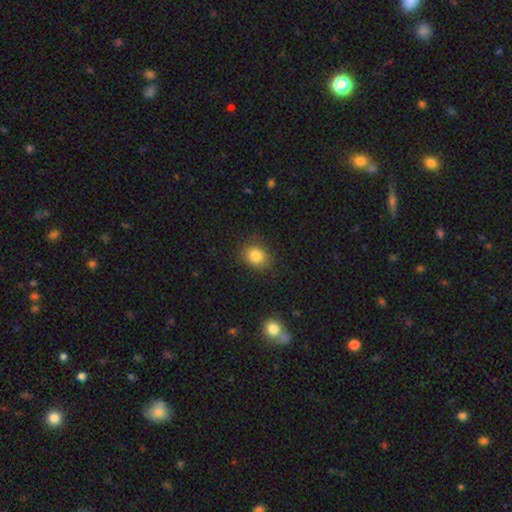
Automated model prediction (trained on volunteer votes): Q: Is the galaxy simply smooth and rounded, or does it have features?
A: smooth — 84%.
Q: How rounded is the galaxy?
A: round — 63%.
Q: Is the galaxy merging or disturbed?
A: none — 83%.